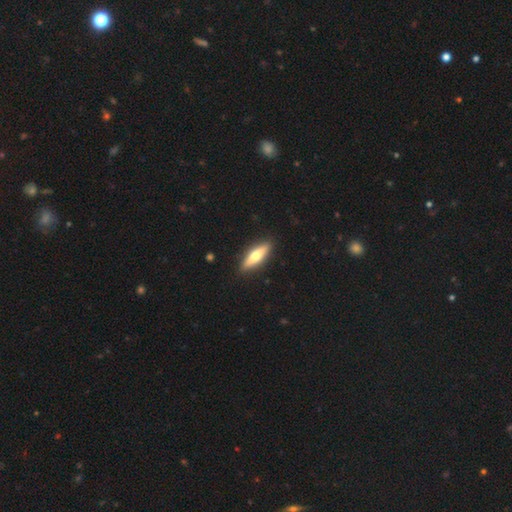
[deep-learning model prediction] Overall: smooth (51%; featured or disk 44%). How rounded: cigar-shaped (62%; in between 36%). Merging: none (90%).